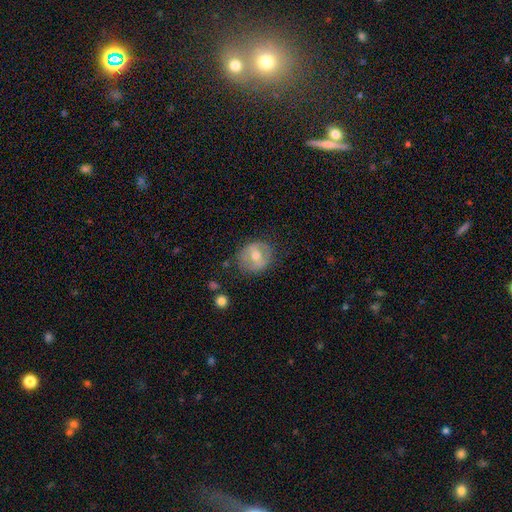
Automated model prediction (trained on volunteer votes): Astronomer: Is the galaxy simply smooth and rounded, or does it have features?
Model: smooth — 48% (runner-up: featured or disk, 45%).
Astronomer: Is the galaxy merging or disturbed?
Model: none — 74%.